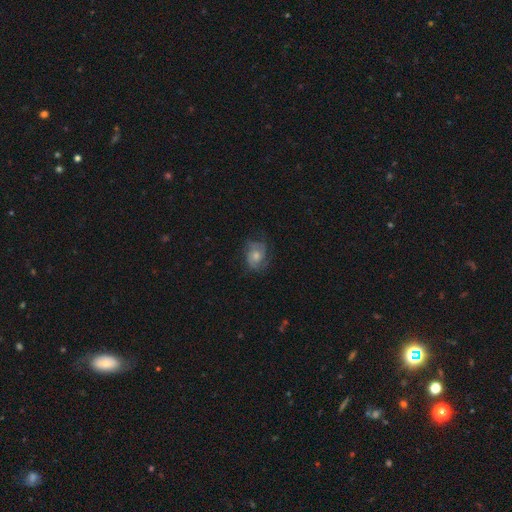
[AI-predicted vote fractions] smooth-or-featured: featured or disk: 59% | smooth: 33% | star or artifact: 9%
  disk-edge-on: no: 97% | yes: 3%
    bar: no: 75% | weak: 22% | strong: 3%
    has-spiral-arms: yes: 85% | no: 15%
    bulge-size: moderate: 53% | small: 32% | large: 9% | none: 5% | dominant: 2%
  merging: none: 62% | minor disturbance: 23% | major disturbance: 14% | merger: 1%